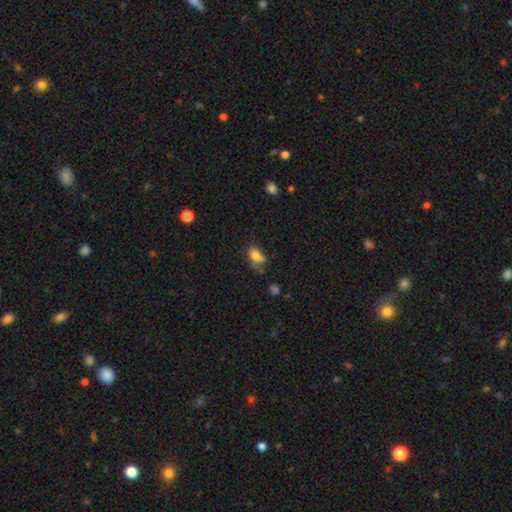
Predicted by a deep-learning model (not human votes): Q: Smooth or featured?
A: smooth (74%); runner-up: featured or disk (15%)
Q: How rounded?
A: in between (86%); runner-up: round (11%)
Q: Merging?
A: none (35%); runner-up: minor disturbance (31%)